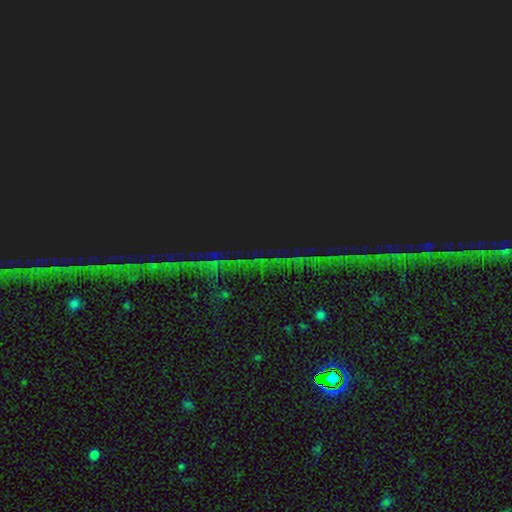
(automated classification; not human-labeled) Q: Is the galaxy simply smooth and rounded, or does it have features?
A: star or artifact — 88%.